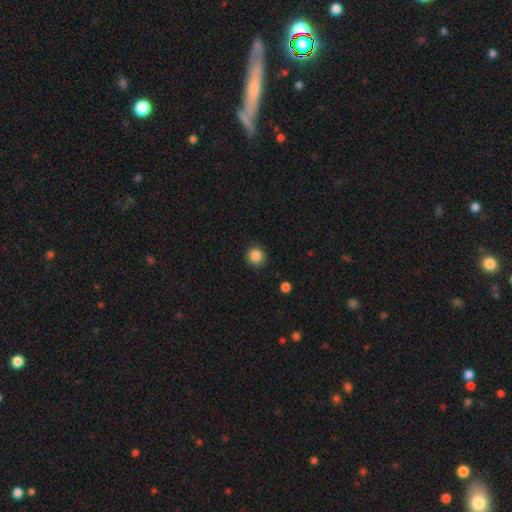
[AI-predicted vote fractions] Morphology: type=smooth (87%); roundness=round (90%); merging=none (88%).